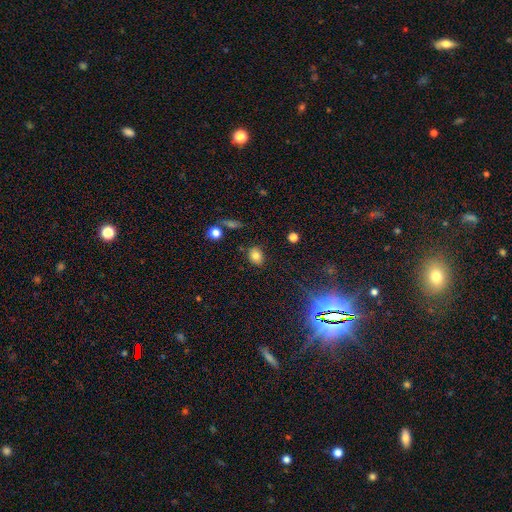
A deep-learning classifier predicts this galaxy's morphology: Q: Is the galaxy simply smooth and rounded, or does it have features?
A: smooth — 78%.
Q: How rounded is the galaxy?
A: in between — 56%.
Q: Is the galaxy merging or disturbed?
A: none — 84%.